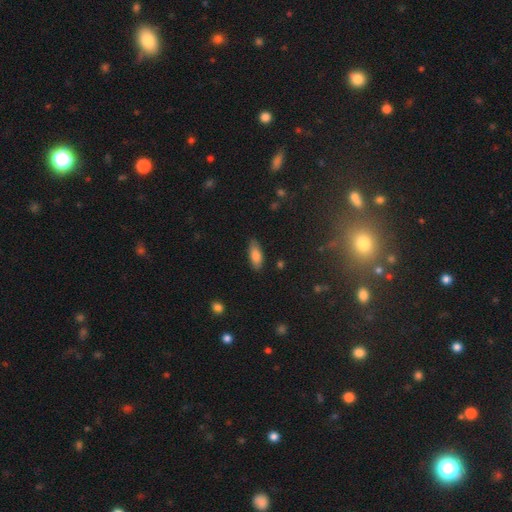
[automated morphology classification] Q: Smooth or featured?
A: smooth (82%); runner-up: featured or disk (11%)
Q: How rounded?
A: in between (78%); runner-up: cigar-shaped (20%)
Q: Merging?
A: none (80%); runner-up: minor disturbance (16%)